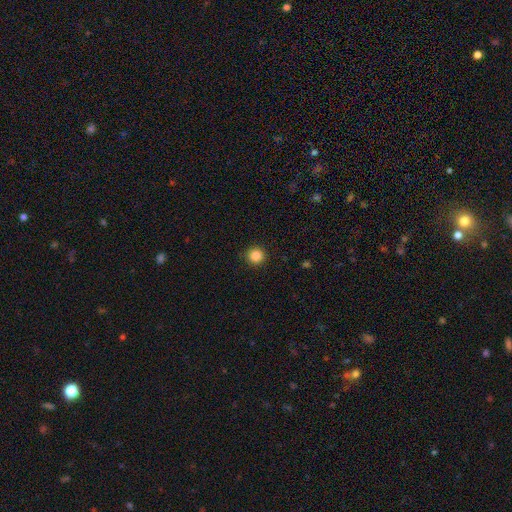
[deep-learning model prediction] The model was most divided on "smooth or featured": smooth: 85%, star or artifact: 11%, featured or disk: 4%. More confident: how rounded — round (96%); merging — none (92%).